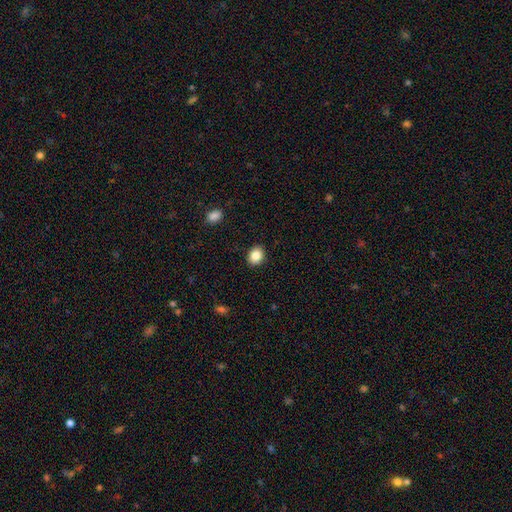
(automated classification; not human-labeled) Smooth or featured: smooth — 86% (star or artifact — 9%)
How rounded: in between — 53% (round — 46%)
Merging: none — 90% (minor disturbance — 7%)